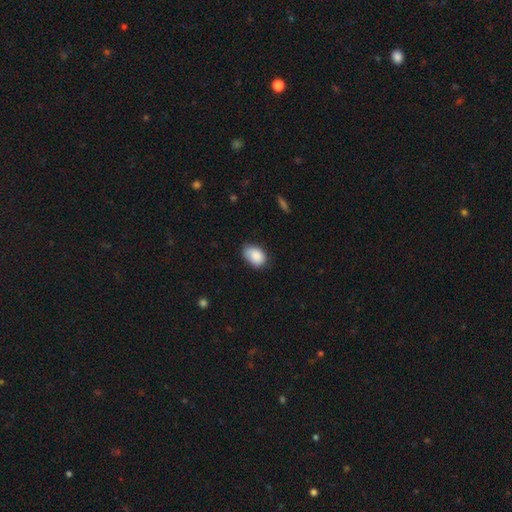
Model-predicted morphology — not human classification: This is clearly a smooth galaxy (86%). How rounded: clearly in between (82%). Merging: likely none (63%).